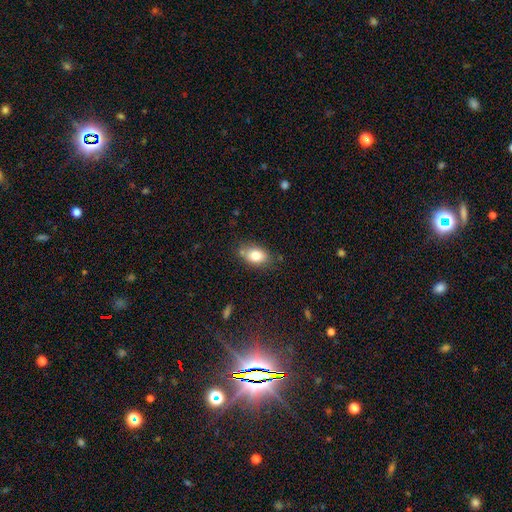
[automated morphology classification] smooth_or_featured: smooth (p=0.79) [alt: featured or disk p=0.12]
how_rounded: in between (p=0.83) [alt: round p=0.15]
merging: none (p=0.72) [alt: minor disturbance p=0.18]